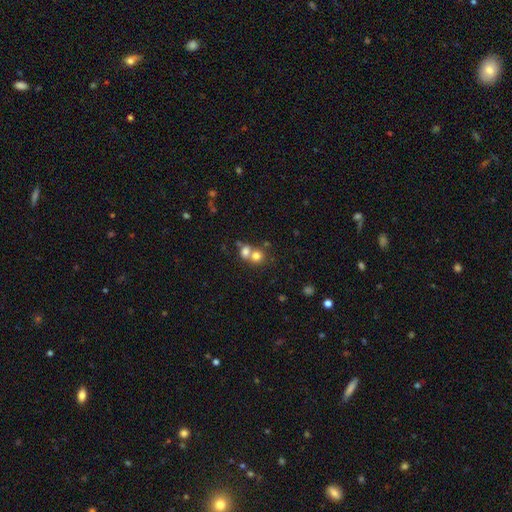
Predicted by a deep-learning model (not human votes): smooth-or-featured: smooth: 75% | featured or disk: 13% | star or artifact: 12%
  how-rounded: round: 78% | in between: 21% | cigar-shaped: 1%
  merging: merger: 59% | none: 32% | minor disturbance: 5% | major disturbance: 3%